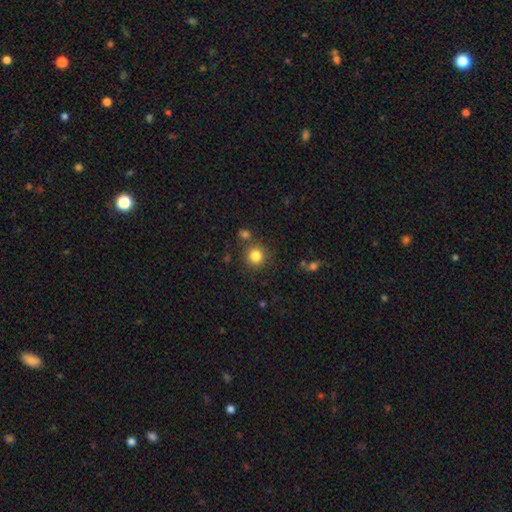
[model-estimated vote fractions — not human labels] smooth-or-featured: smooth: 83% | star or artifact: 12% | featured or disk: 6%
  how-rounded: round: 92% | in between: 7% | cigar-shaped: 1%
  merging: none: 82% | minor disturbance: 8% | merger: 7% | major disturbance: 3%